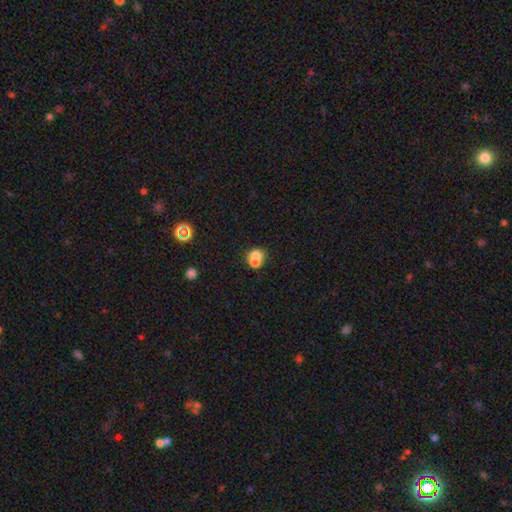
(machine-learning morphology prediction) Smooth or featured?
  - smooth: 68% *
  - featured or disk: 20%
  - star or artifact: 12%
How rounded?
  - round: 69% *
  - in between: 30%
  - cigar-shaped: 1%
Merging?
  - merger: 62% *
  - none: 28%
  - minor disturbance: 6%
  - major disturbance: 3%